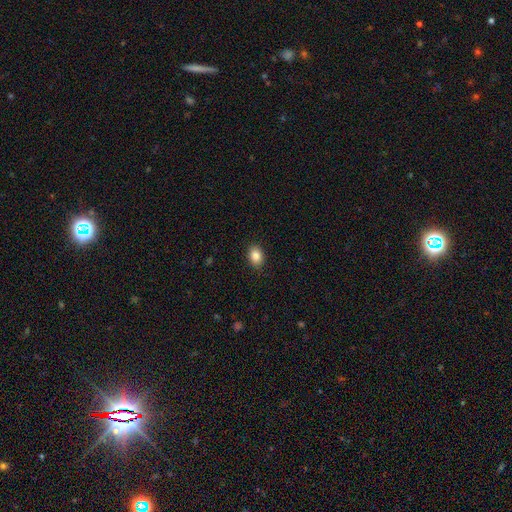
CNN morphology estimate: This appears to be a smooth galaxy with no disk features (86%) that is in between round and cigar-shaped (71%). Merging: none (89%).